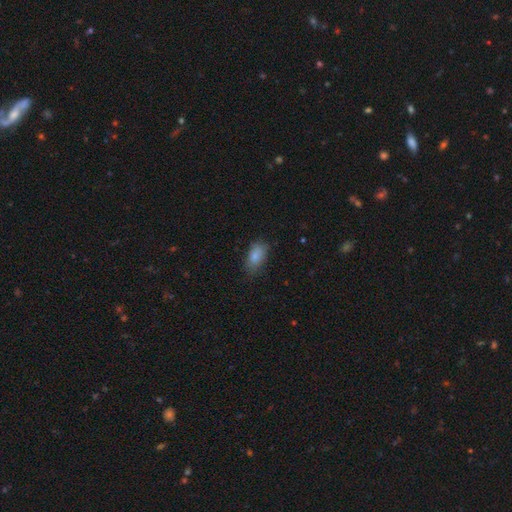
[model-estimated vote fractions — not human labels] This is clearly a smooth galaxy (84%). How rounded: clearly in between (91%). Merging: likely none (70%).